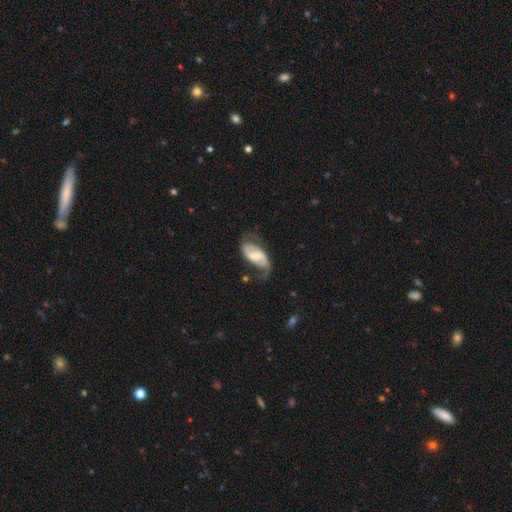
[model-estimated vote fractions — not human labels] Overall: featured or disk (70%). Edge-on disk: no (96%). Bar: weak (46%; strong 32%). Spiral arms: yes (89%). Spiral arm count: 2 (79%). Spiral winding: loose (44%; medium 40%). Bulge size: moderate (40%; small 39%). Merging: none (47%; minor disturbance 28%).